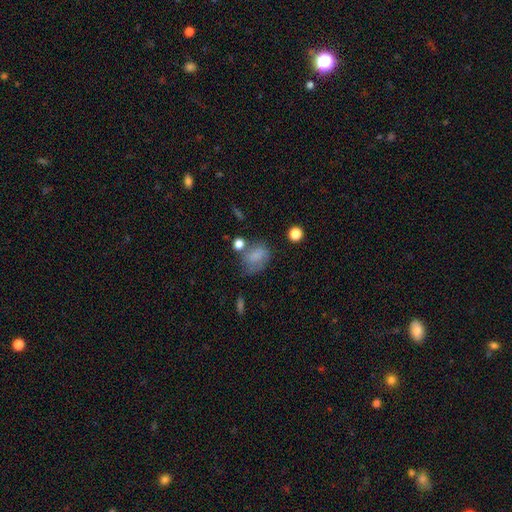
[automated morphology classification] A smooth galaxy with no disk features (72%) that is in between round and cigar-shaped (65%). Merging: none (40%).